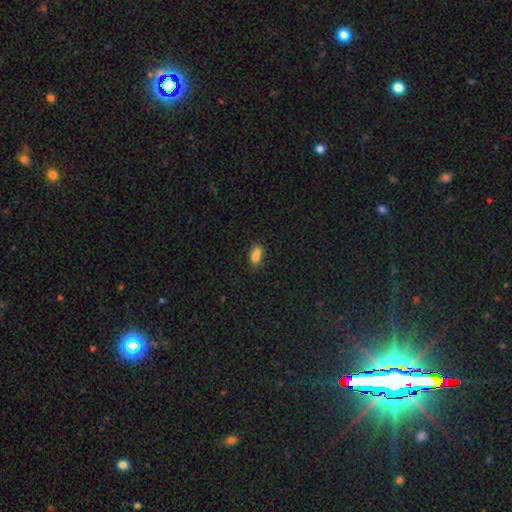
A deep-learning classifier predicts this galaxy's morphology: Q: Smooth or featured?
A: smooth (83%); runner-up: star or artifact (10%)
Q: How rounded?
A: in between (86%); runner-up: cigar-shaped (9%)
Q: Merging?
A: none (75%); runner-up: minor disturbance (18%)